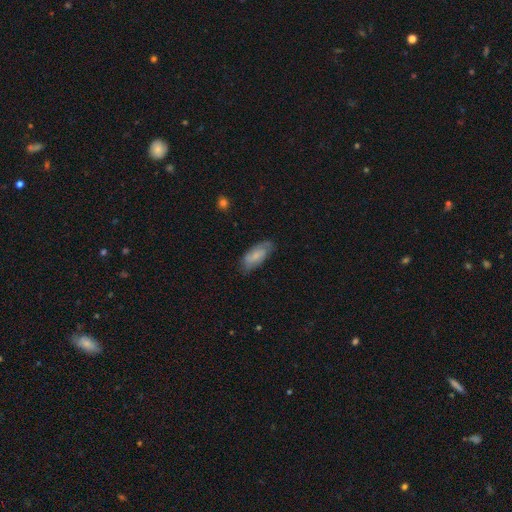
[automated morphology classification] The model was most divided on "smooth or featured": featured or disk: 49%, smooth: 44%, star or artifact: 7%. More confident: merging — none (72%).